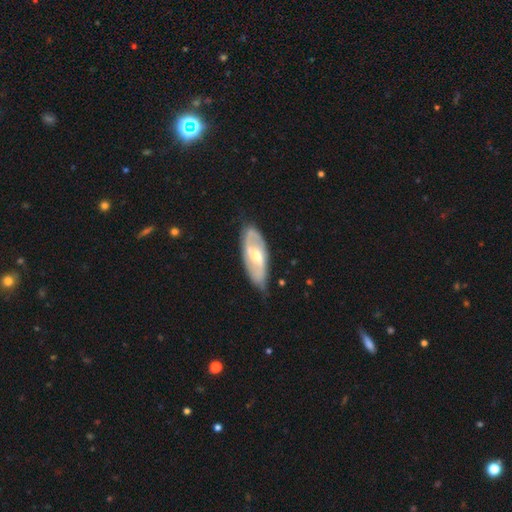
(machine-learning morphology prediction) Overall: featured or disk (73%). Edge-on disk: no (88%). Bar: weak (52%; no 27%). Spiral arms: yes (84%). Spiral arm count: 2 (82%). Spiral winding: medium (43%; loose 32%). Bulge size: moderate (68%). Merging: none (77%).